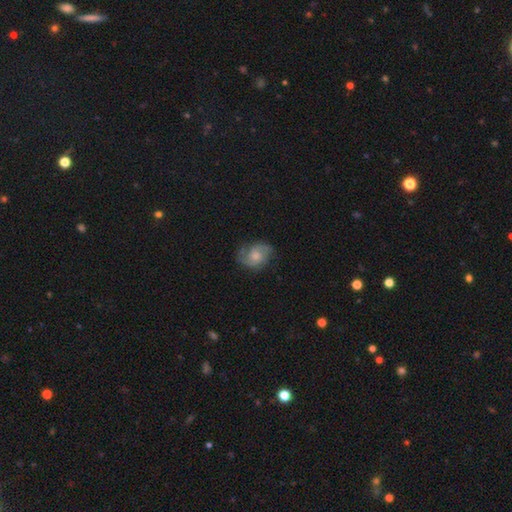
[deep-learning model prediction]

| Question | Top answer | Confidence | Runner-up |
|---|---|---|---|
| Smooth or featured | featured or disk | 59% | smooth (33%) |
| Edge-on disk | no | 97% | yes (3%) |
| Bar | no | 71% | weak (26%) |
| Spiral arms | yes | 89% | no (11%) |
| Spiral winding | medium | 47% | tight (28%) |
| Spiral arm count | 2 | 72% | can't tell (13%) |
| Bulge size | moderate | 48% | small (30%) |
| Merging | none | 66% | minor disturbance (23%) |